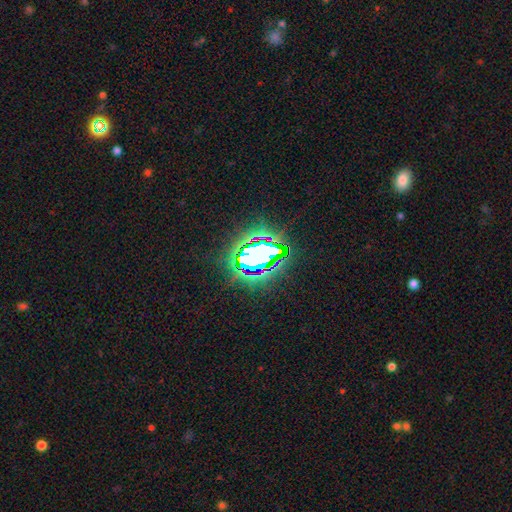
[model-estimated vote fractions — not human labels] Q: Smooth or featured?
A: star or artifact (69%); runner-up: smooth (17%)